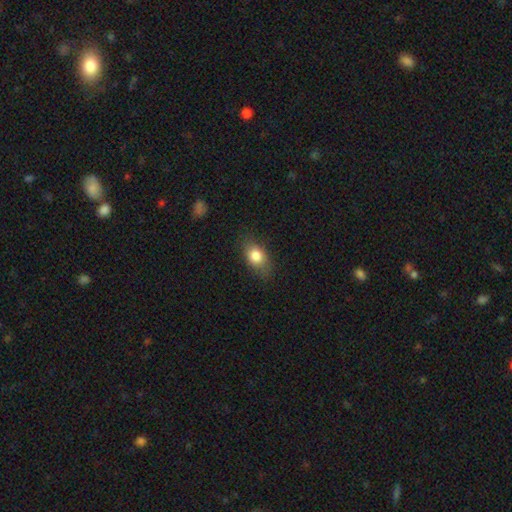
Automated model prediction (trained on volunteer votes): This appears to be a smooth galaxy with no disk features (81%) that is in between round and cigar-shaped (73%). Merging: none (76%).